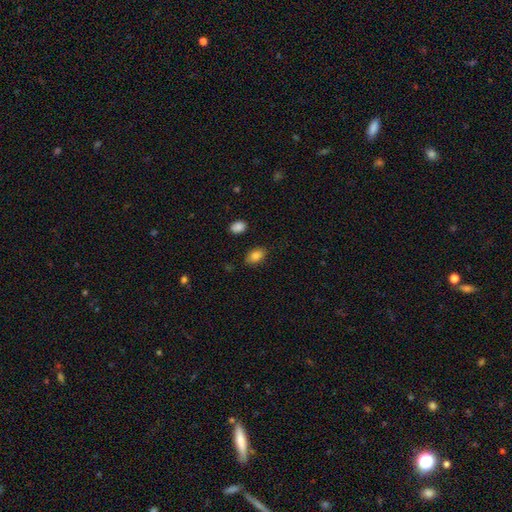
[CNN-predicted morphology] smooth_or_featured: smooth (p=0.84) [alt: star or artifact p=0.08]
how_rounded: in between (p=0.89) [alt: round p=0.09]
merging: none (p=0.85) [alt: minor disturbance p=0.10]